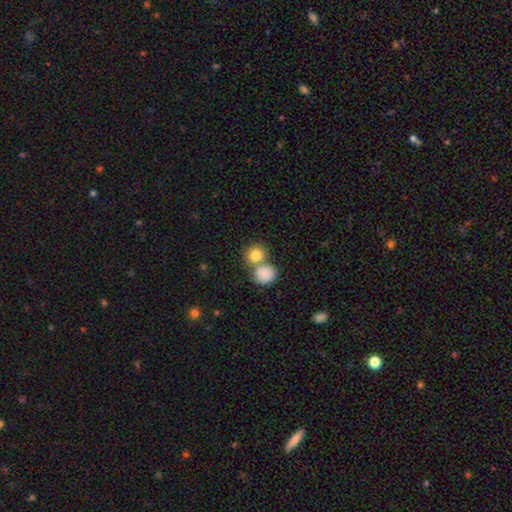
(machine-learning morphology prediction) Q: Smooth or featured?
A: smooth (83%); runner-up: star or artifact (9%)
Q: How rounded?
A: round (82%); runner-up: in between (17%)
Q: Merging?
A: none (47%); runner-up: merger (42%)